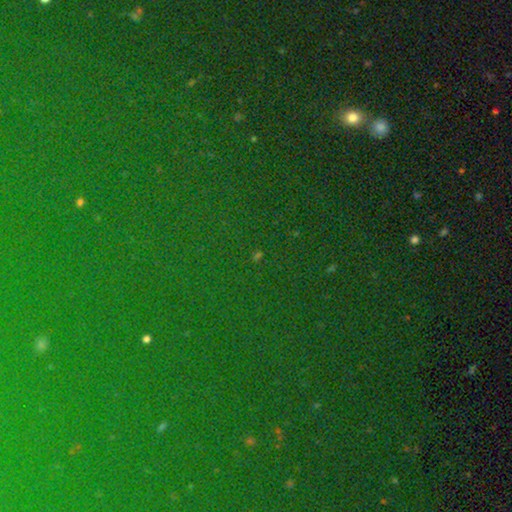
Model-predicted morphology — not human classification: Smooth or featured? Predicted: star or artifact (p=0.82).